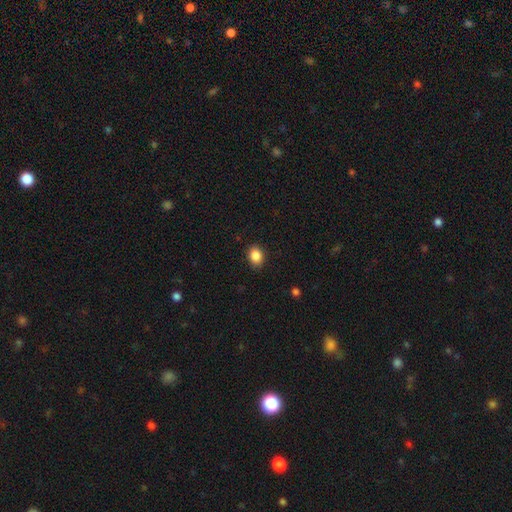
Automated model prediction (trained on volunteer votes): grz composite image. It shows a smooth galaxy with no disk features (87%) that is in between round and cigar-shaped (63%). Merging: none (88%).